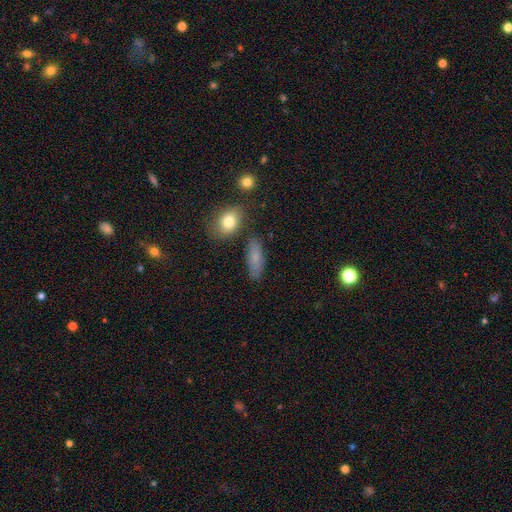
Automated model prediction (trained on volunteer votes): Smooth or featured? Predicted: smooth (p=0.80). How rounded? Predicted: in between (p=0.74). Merging? Predicted: none (p=0.76).